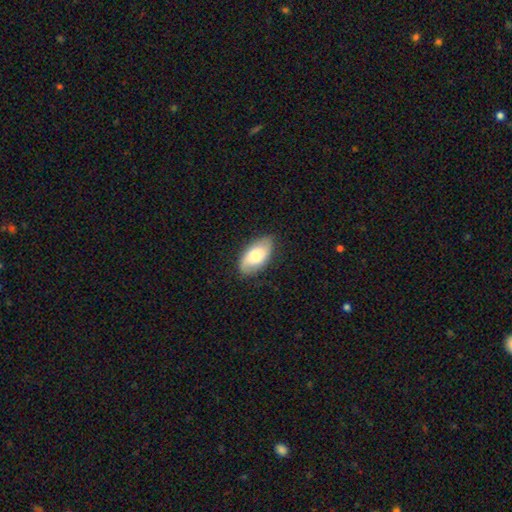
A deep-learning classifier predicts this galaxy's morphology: smooth_or_featured: smooth (p=0.66) [alt: featured or disk p=0.29]
how_rounded: in between (p=0.94) [alt: round p=0.03]
merging: none (p=0.80) [alt: minor disturbance p=0.16]